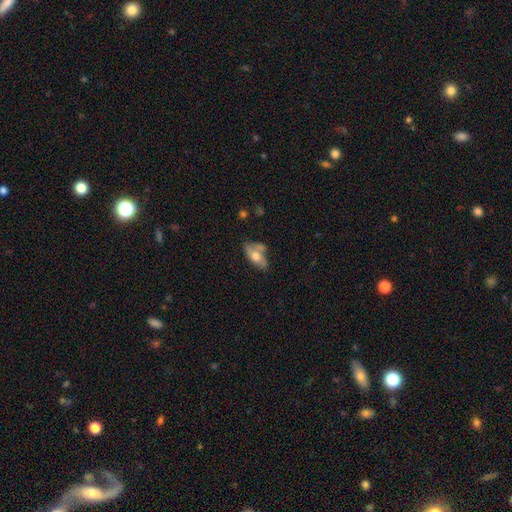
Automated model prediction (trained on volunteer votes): This is possibly a smooth galaxy (55%). How rounded: clearly in between (87%). Merging: marginally none (41%).